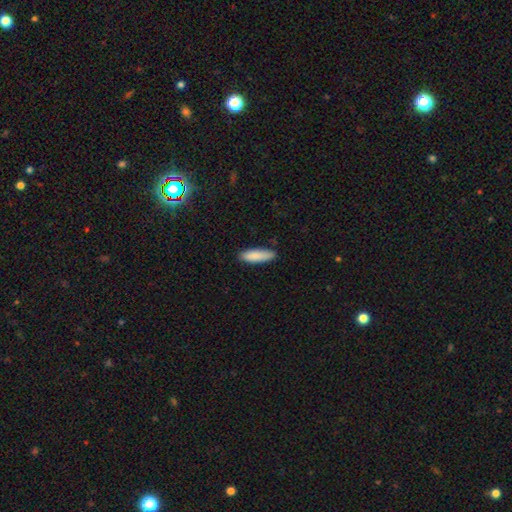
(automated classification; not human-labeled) Morphology: type=smooth (87%); roundness=cigar-shaped (56%); merging=none (84%).